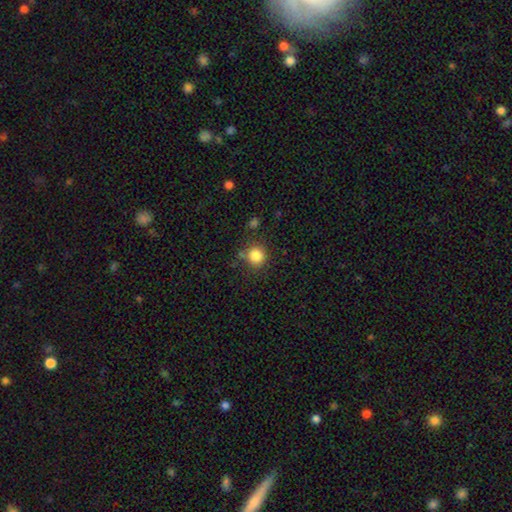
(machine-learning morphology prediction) This is clearly a smooth galaxy (84%). How rounded: clearly round (90%). Merging: likely none (78%).